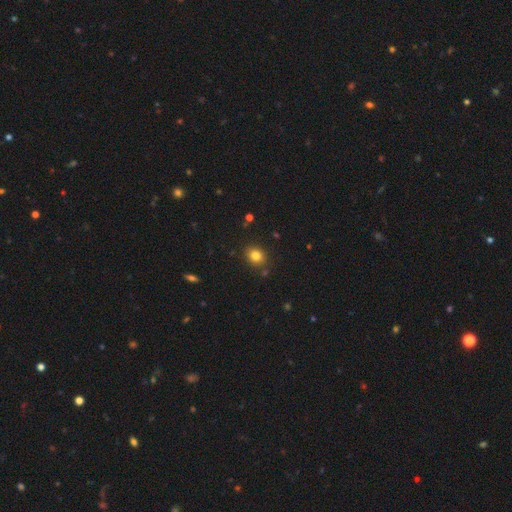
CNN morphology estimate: The model was most divided on "how rounded": round: 70%, in between: 29%, cigar-shaped: 1%. More confident: merging — none (85%); smooth or featured — smooth (81%).